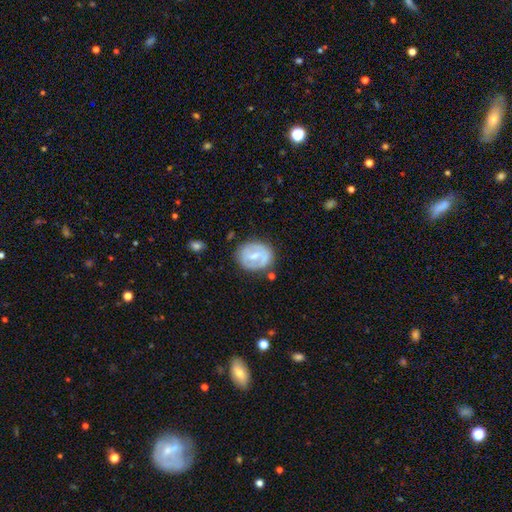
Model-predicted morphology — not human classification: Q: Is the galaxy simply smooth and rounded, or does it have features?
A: featured or disk — 57%.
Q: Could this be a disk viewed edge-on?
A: no — 96%.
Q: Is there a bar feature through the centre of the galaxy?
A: weak — 46%.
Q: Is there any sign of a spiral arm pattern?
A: no — 59%.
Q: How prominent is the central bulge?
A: moderate — 56%.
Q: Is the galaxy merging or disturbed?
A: none — 72%.